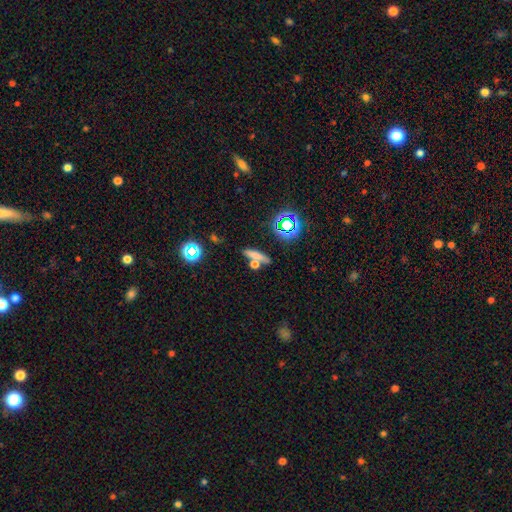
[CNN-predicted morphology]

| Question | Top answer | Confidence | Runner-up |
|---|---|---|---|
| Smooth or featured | smooth | 63% | star or artifact (19%) |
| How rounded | cigar-shaped | 72% | in between (19%) |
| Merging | none | 67% | merger (18%) |